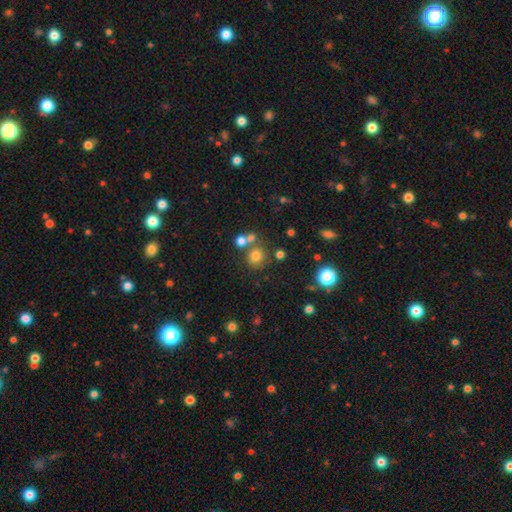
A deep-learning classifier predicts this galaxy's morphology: smooth 73%, star or artifact 18%, featured or disk 9%. Down the decision tree: how rounded — round (86%); merging — none (66%).